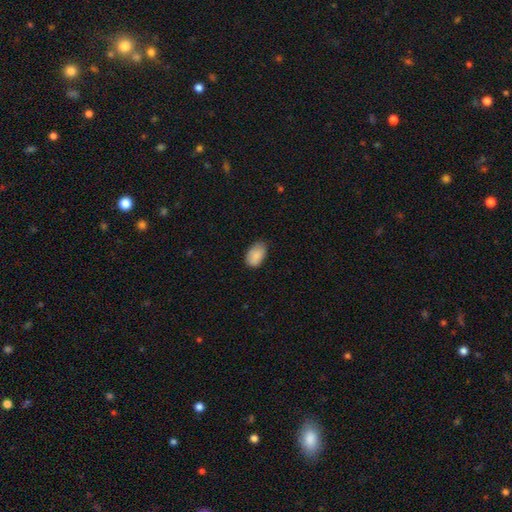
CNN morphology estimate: smooth 88%, star or artifact 7%, featured or disk 5%. Down the decision tree: how rounded — in between (90%); merging — none (66%).